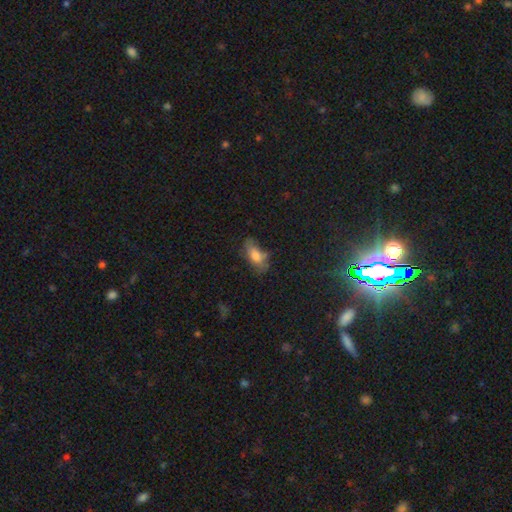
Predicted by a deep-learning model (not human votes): A smooth galaxy with no disk features (67%) that is in between round and cigar-shaped (85%). Merging: none (50%).